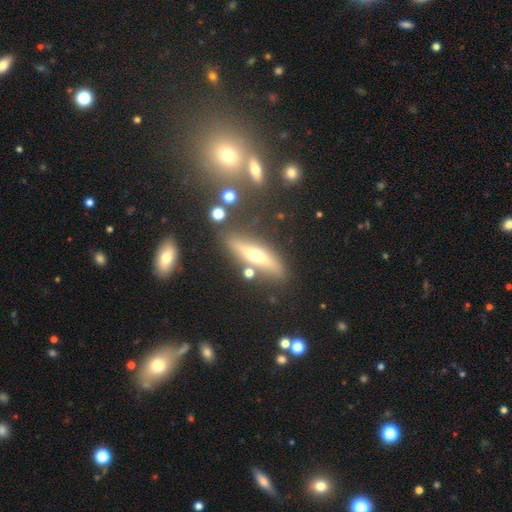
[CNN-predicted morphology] A featured or disk galaxy (53%) viewed edge-on (84%). Merging: none (75%).